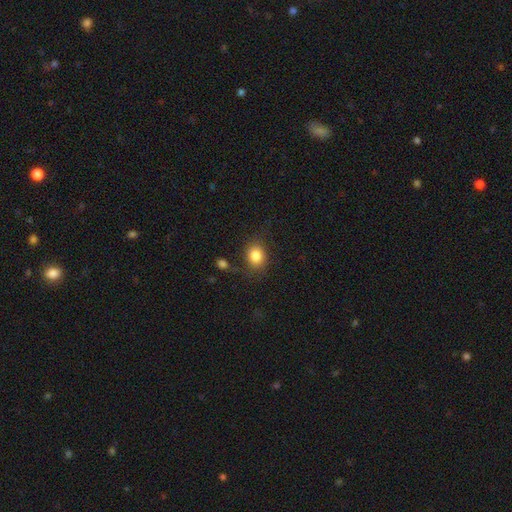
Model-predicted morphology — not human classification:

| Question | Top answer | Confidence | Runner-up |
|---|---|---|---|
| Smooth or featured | smooth | 84% | star or artifact (9%) |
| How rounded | round | 59% | in between (40%) |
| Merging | none | 75% | minor disturbance (15%) |